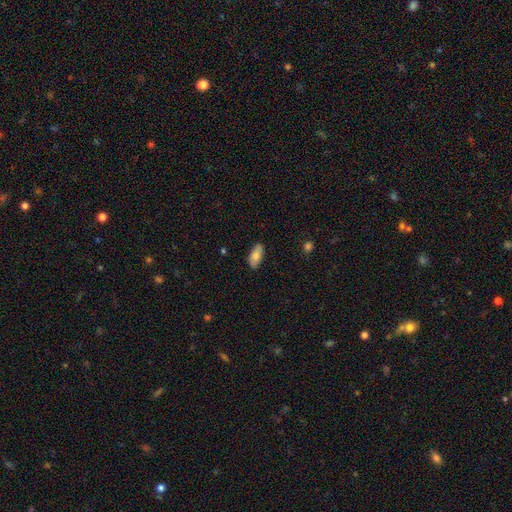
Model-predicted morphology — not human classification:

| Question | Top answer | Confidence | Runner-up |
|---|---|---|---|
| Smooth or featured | smooth | 75% | featured or disk (18%) |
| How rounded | in between | 88% | cigar-shaped (10%) |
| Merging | none | 86% | minor disturbance (11%) |